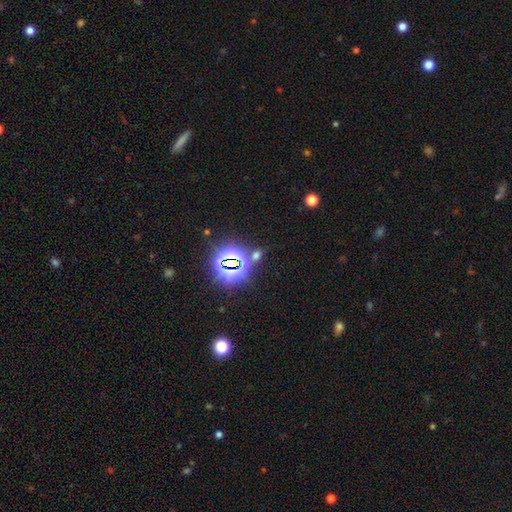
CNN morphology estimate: This appears to be a star or artifact, not a galaxy (56%).